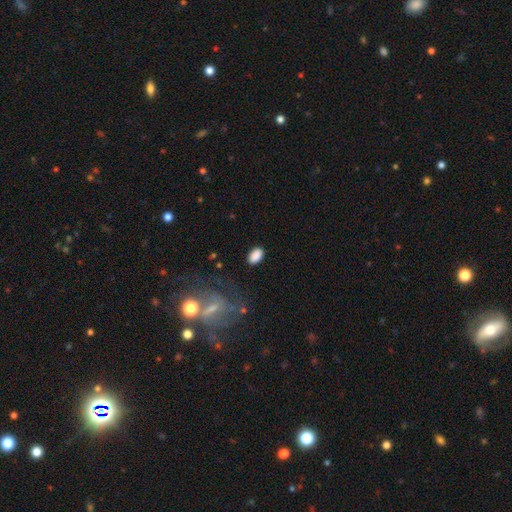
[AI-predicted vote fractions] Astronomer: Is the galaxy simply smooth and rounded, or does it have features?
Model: smooth — 88%.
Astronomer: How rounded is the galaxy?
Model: in between — 91%.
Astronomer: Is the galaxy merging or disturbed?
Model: none — 84%.